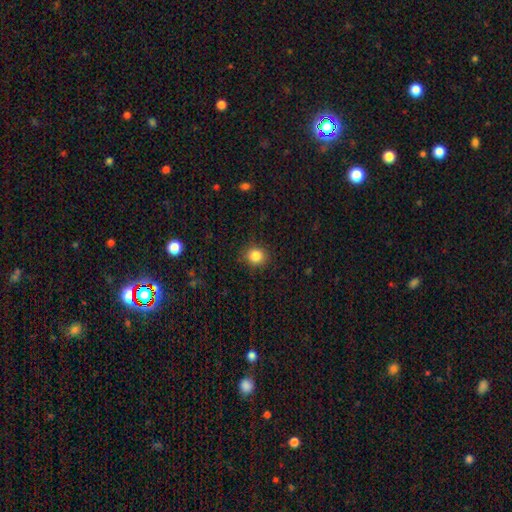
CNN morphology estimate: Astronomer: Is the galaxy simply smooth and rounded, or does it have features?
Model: smooth — 85%.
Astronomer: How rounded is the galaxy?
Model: round — 82%.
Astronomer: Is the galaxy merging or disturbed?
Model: none — 88%.